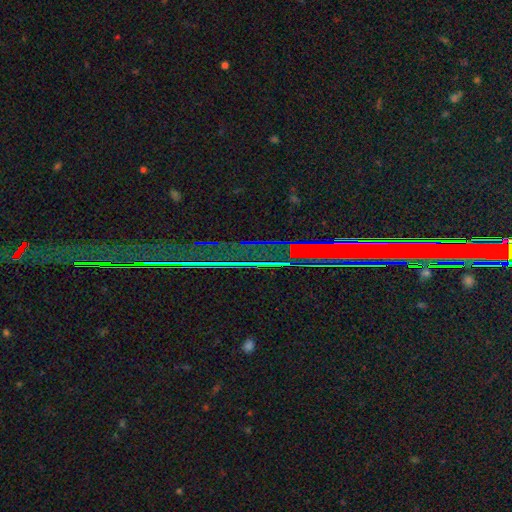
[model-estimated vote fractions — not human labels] The model was most divided on "smooth or featured": star or artifact: 83%, featured or disk: 10%, smooth: 7%.